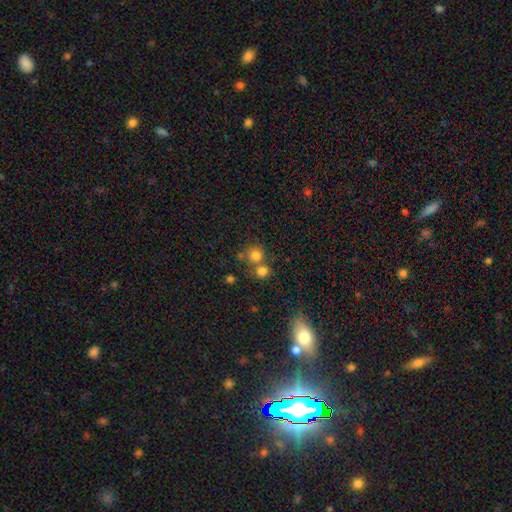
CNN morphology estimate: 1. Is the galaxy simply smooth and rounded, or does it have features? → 77% smooth, 13% star or artifact, 9% featured or disk.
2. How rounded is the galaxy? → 87% round, 12% in between, 1% cigar-shaped.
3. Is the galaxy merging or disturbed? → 50% none, 37% merger, 8% minor disturbance, 4% major disturbance.